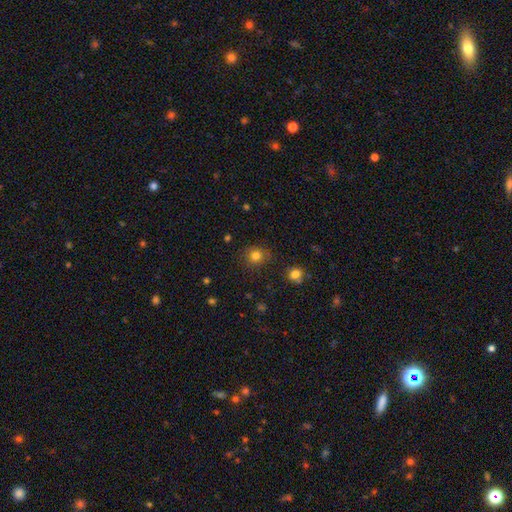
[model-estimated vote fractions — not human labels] Smooth or featured? Predicted: smooth (p=0.80). How rounded? Predicted: round (p=0.84). Merging? Predicted: none (p=0.82).